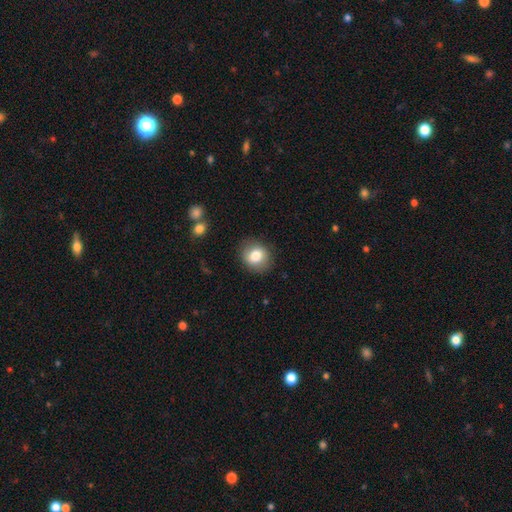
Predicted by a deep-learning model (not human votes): A smooth galaxy with no disk features (80%) that is round (74%).

Vote fractions:
- Smooth or featured? smooth: 80% / featured or disk: 11% / star or artifact: 9%
- How rounded? round: 74% / in between: 25% / cigar-shaped: 1%
- Merging? none: 86% / minor disturbance: 10% / major disturbance: 3% / merger: 1%